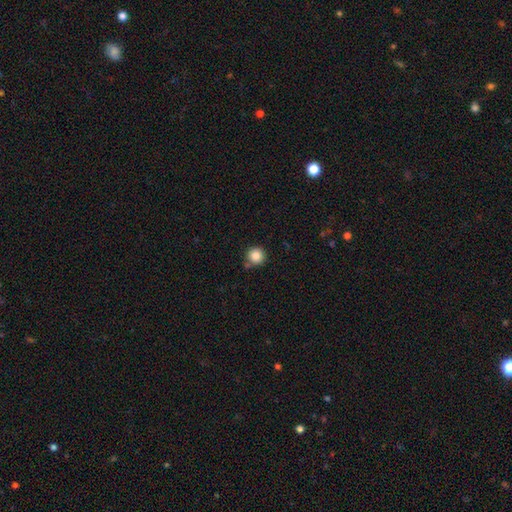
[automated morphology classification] smooth 85%, star or artifact 10%, featured or disk 5%. Down the decision tree: how rounded — round (95%); merging — none (80%).